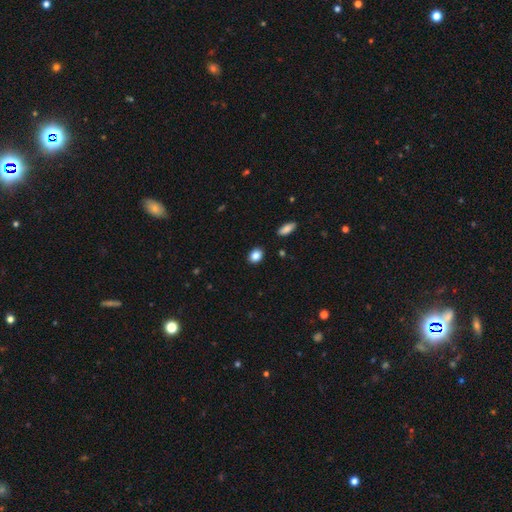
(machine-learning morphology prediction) smooth 87%, star or artifact 9%, featured or disk 5%. Down the decision tree: how rounded — in between (60%); merging — none (88%).